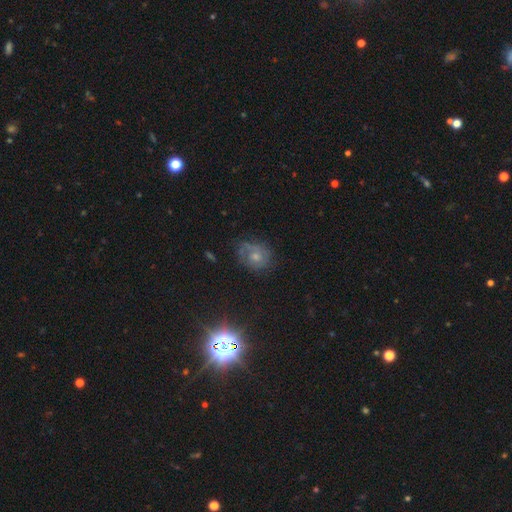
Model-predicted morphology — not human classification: Smooth or featured? featured or disk (41%, tied with smooth)
Merging? none (56%)